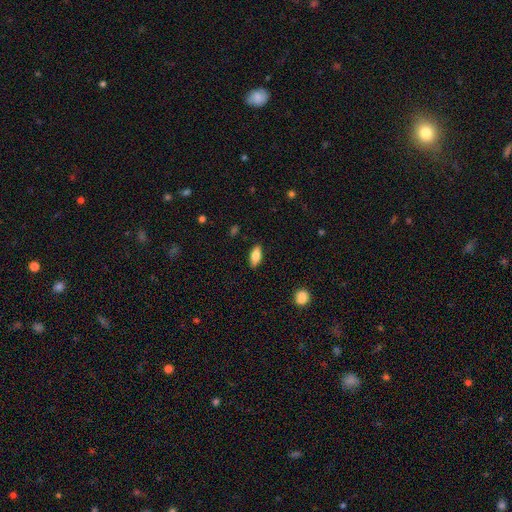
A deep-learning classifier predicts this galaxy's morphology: A smooth galaxy with no disk features (74%) that is in between round and cigar-shaped (80%). Merging: none (88%).